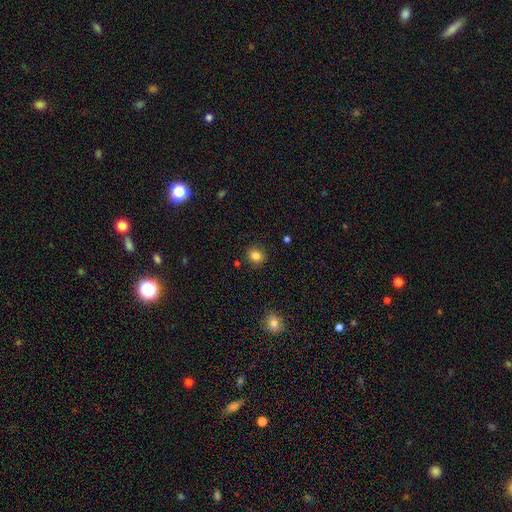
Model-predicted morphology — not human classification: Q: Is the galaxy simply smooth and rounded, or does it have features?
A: smooth — 83%.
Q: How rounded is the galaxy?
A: round — 71%.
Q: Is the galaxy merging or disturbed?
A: none — 88%.